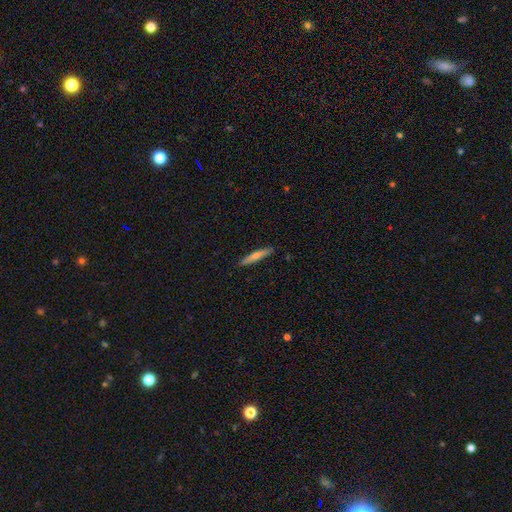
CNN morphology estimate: smooth_or_featured: smooth (p=0.58) [alt: featured or disk p=0.36]
how_rounded: cigar-shaped (p=0.92) [alt: in between p=0.06]
merging: none (p=0.89) [alt: minor disturbance p=0.08]